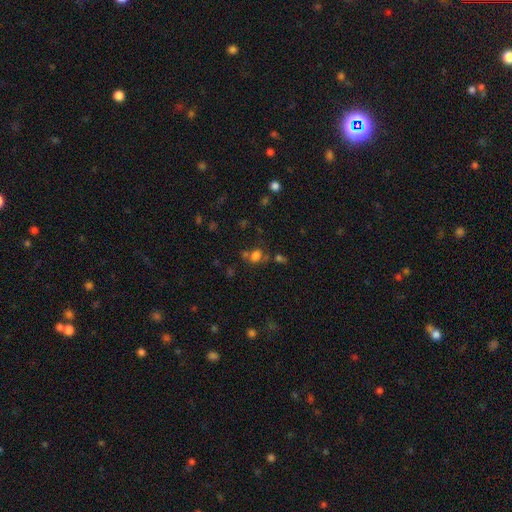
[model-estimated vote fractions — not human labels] A smooth galaxy with no disk features (67%) that is round (56%). Merging: none (55%).